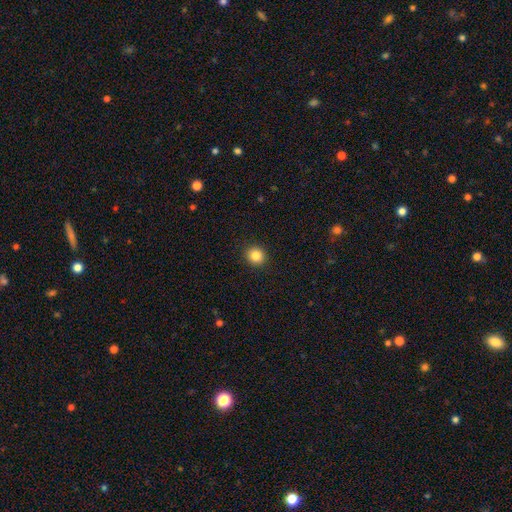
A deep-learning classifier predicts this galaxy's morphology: Smooth or featured: smooth — 85% (star or artifact — 10%)
How rounded: round — 90% (in between — 10%)
Merging: none — 92% (minor disturbance — 5%)